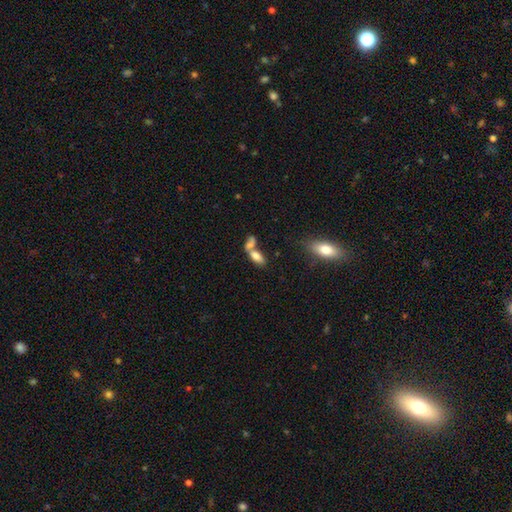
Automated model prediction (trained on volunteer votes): Smooth or featured? smooth (77%)
How rounded? in between (84%)
Merging? merger (54%)